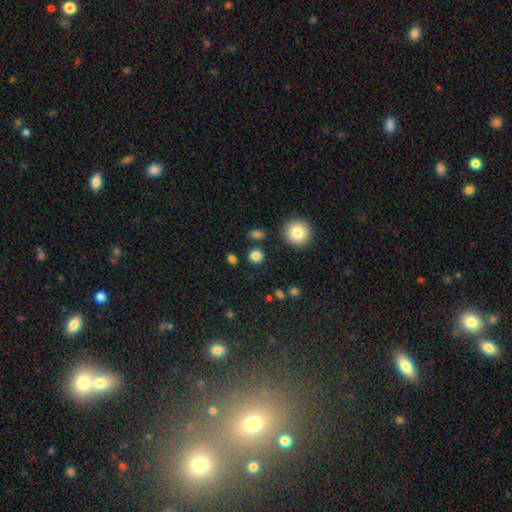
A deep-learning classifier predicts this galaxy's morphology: The model was most divided on "smooth or featured": smooth: 83%, star or artifact: 13%, featured or disk: 4%. More confident: how rounded — round (87%); merging — none (87%).